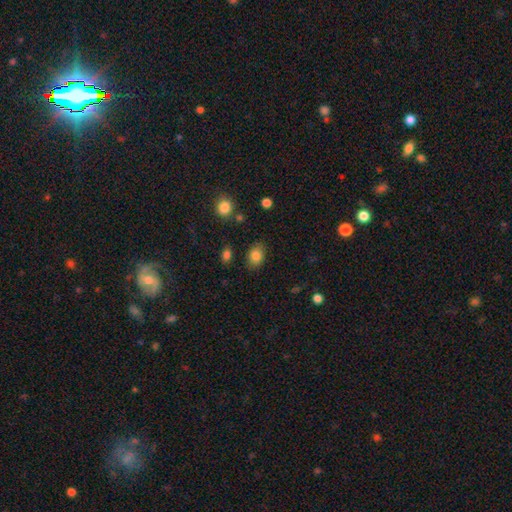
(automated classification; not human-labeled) smooth_or_featured: smooth (p=0.83) [alt: star or artifact p=0.09]
how_rounded: in between (p=0.75) [alt: round p=0.24]
merging: none (p=0.82) [alt: minor disturbance p=0.13]